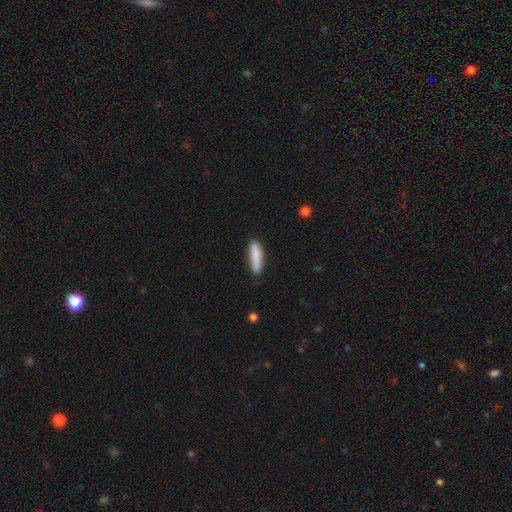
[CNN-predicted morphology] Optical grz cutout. It shows a smooth galaxy with no disk features (88%) that is cigar-shaped (69%). Merging: none (85%).